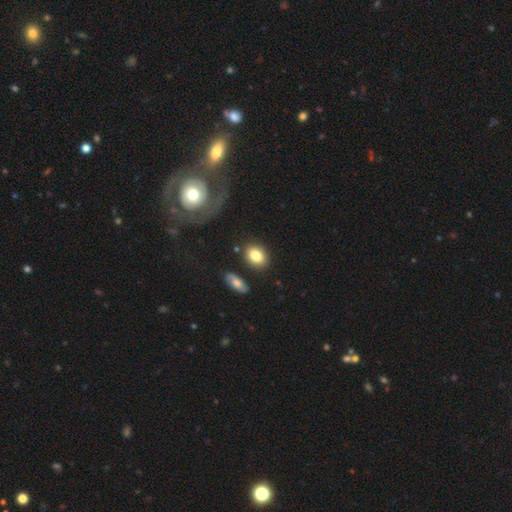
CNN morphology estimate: Smooth or featured?
  - smooth: 83% *
  - featured or disk: 9%
  - star or artifact: 8%
How rounded?
  - in between: 68% *
  - round: 30%
  - cigar-shaped: 2%
Merging?
  - none: 78% *
  - minor disturbance: 12%
  - merger: 6%
  - major disturbance: 4%